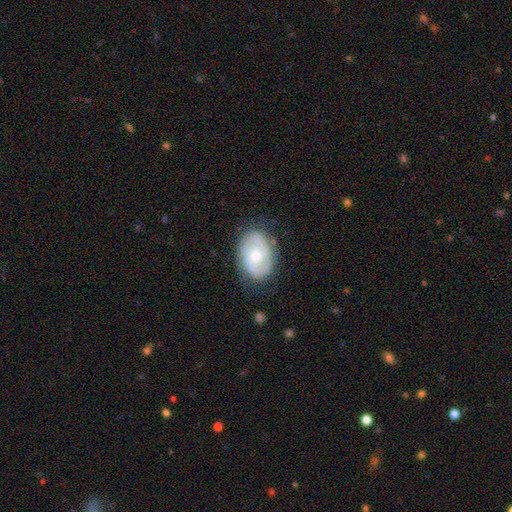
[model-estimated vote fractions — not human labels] Morphology: type=featured or disk (77%); edge-on=no (97%); bar=no (67%); spiral arms=yes (91%); winding=tight (53%); arm count=2 (66%); bulge=moderate (54%); merging=none (77%).